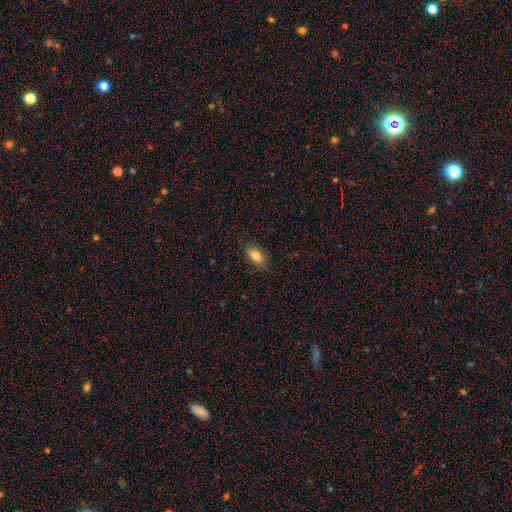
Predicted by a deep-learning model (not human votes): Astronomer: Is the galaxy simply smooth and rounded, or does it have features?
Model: smooth — 80%.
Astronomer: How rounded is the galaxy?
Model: in between — 86%.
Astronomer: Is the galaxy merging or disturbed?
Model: none — 85%.